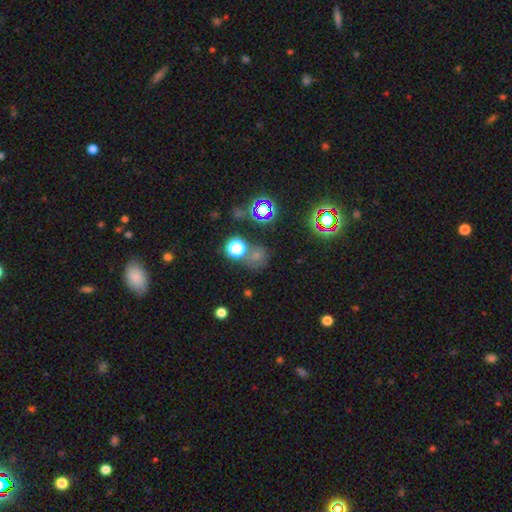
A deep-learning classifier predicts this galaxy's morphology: Q: Smooth or featured?
A: smooth (51%); runner-up: star or artifact (40%)
Q: How rounded?
A: round (77%); runner-up: in between (21%)
Q: Merging?
A: none (63%); runner-up: minor disturbance (15%)